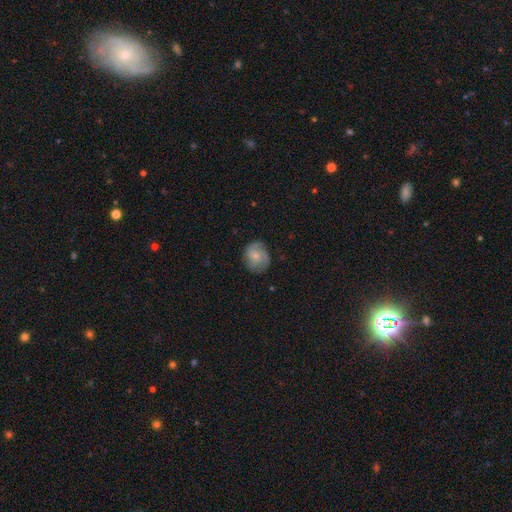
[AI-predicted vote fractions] Overall: featured or disk (48%; smooth 44%). Merging: none (76%).